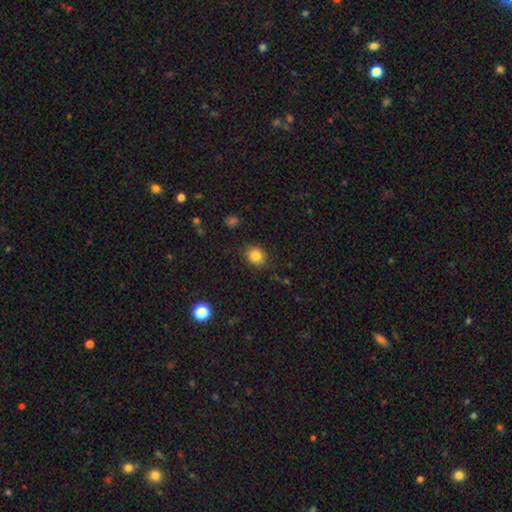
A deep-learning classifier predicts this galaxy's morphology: Q: Smooth or featured?
A: smooth (84%); runner-up: star or artifact (10%)
Q: How rounded?
A: round (71%); runner-up: in between (28%)
Q: Merging?
A: none (86%); runner-up: minor disturbance (10%)